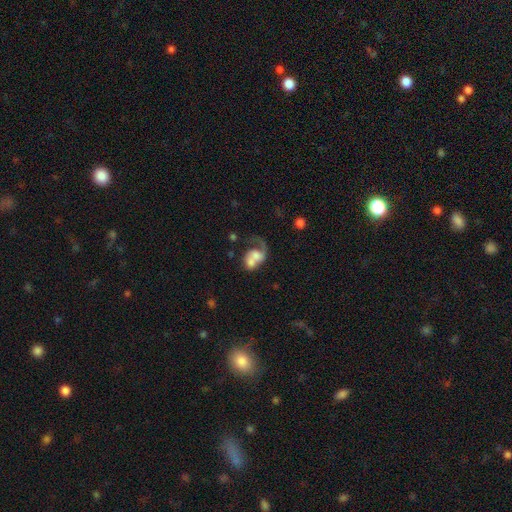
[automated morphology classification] smooth-or-featured: featured or disk: 51% | smooth: 40% | star or artifact: 9%
  disk-edge-on: no: 97% | yes: 3%
  merging: merger: 55% | major disturbance: 21% | none: 16% | minor disturbance: 8%